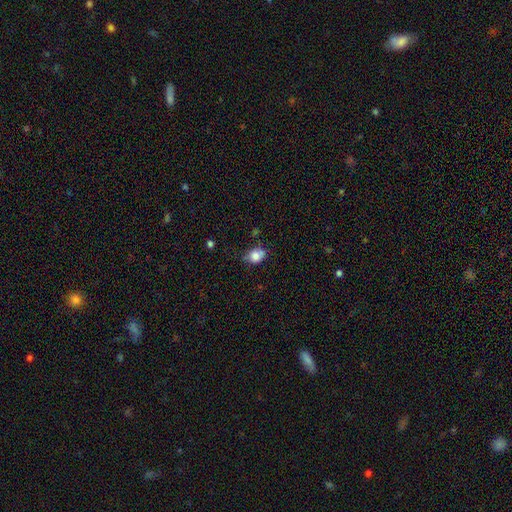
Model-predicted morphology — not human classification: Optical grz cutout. It shows a smooth galaxy with no disk features (79%) that is in between round and cigar-shaped (59%). Merging: none (55%).